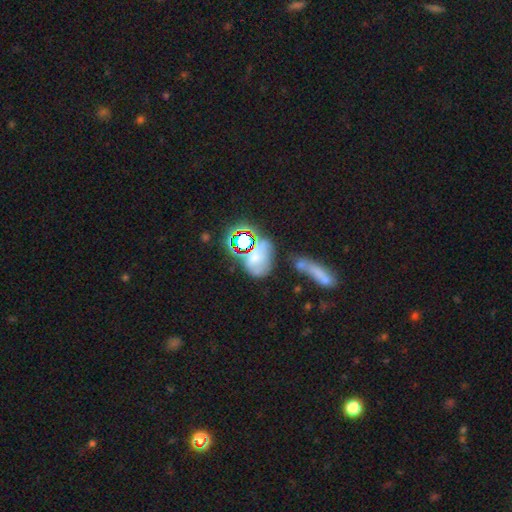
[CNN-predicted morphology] smooth 47%, star or artifact 34%, featured or disk 19%. Down the decision tree: merging — none (42%).